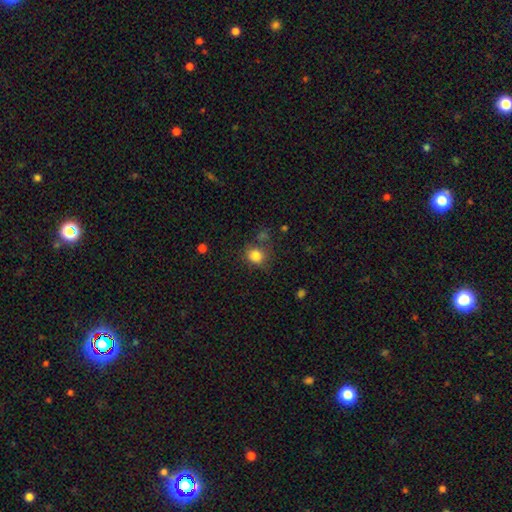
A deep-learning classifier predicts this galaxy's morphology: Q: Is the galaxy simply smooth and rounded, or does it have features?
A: smooth — 83%.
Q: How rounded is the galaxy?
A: round — 80%.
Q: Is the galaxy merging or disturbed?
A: none — 66%.